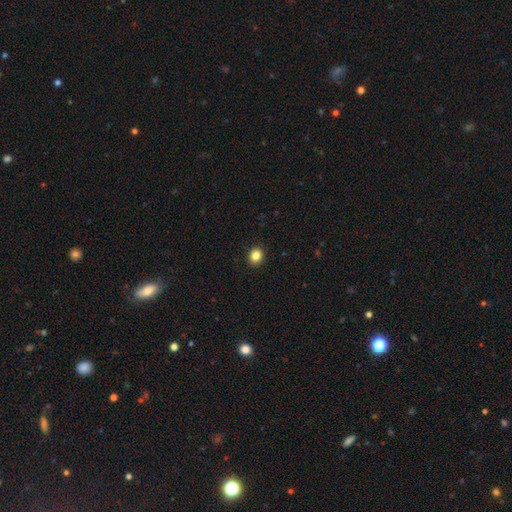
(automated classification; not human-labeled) Smooth or featured? smooth (85%)
How rounded? round (66%)
Merging? none (92%)